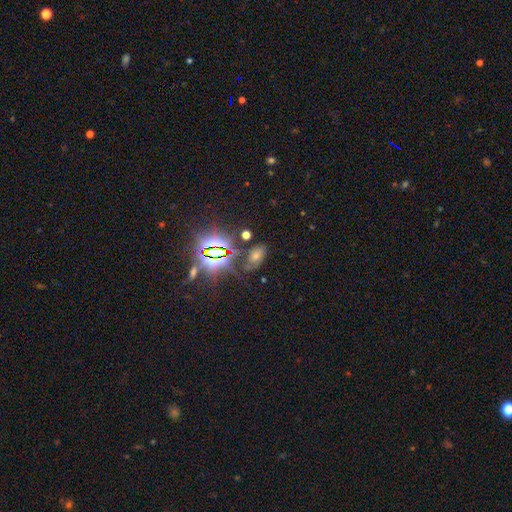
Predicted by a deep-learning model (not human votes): Morphology: type=smooth (44%); merging=none (67%).